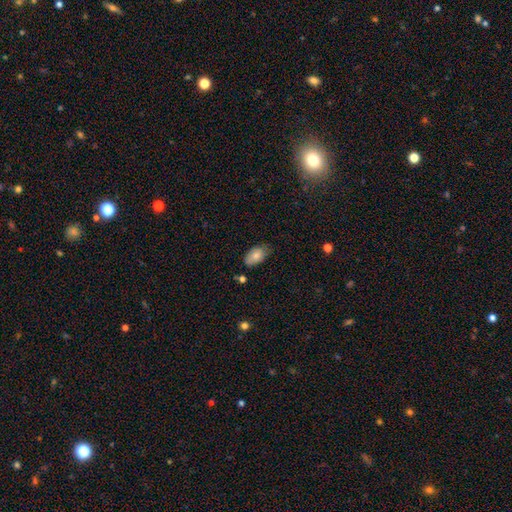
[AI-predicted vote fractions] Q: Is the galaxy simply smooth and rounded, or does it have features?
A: smooth — 78%.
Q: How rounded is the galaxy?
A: in between — 93%.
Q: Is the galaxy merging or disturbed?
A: none — 66%.